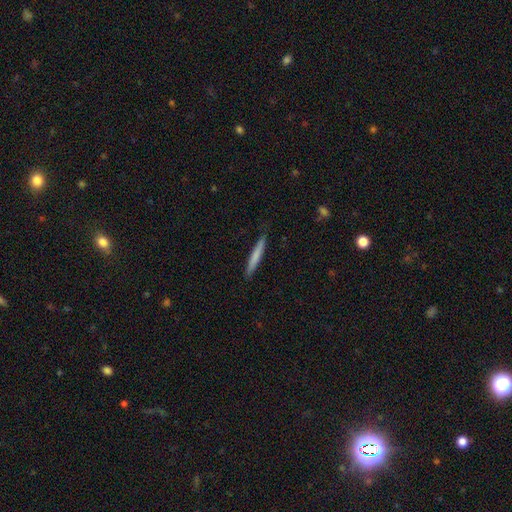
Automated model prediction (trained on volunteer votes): This is likely a smooth galaxy (71%). How rounded: clearly cigar-shaped (96%). Merging: clearly none (88%).